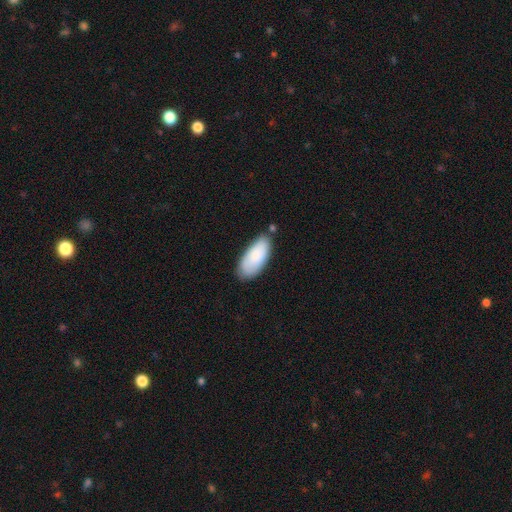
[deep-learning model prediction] Smooth or featured?
  - smooth: 84% *
  - featured or disk: 10%
  - star or artifact: 6%
How rounded?
  - in between: 88% *
  - cigar-shaped: 11%
  - round: 2%
Merging?
  - none: 72% *
  - minor disturbance: 19%
  - merger: 5%
  - major disturbance: 4%